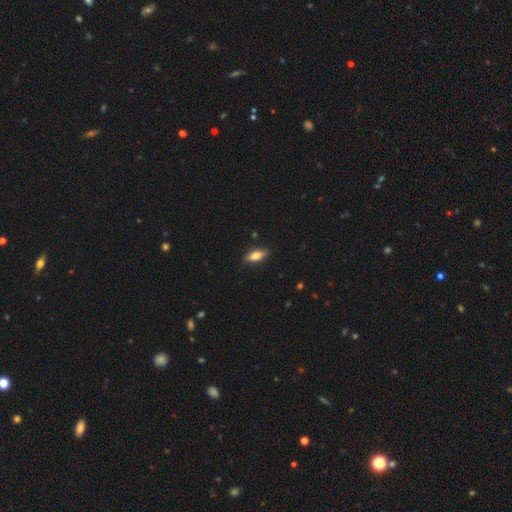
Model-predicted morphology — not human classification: smooth-or-featured: smooth: 73% | featured or disk: 20% | star or artifact: 7%
  how-rounded: in between: 73% | cigar-shaped: 24% | round: 3%
  merging: none: 86% | minor disturbance: 11% | major disturbance: 2% | merger: 1%